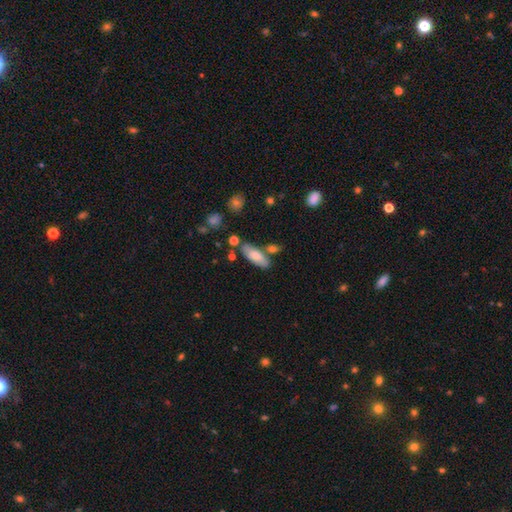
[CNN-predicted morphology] Q: Smooth or featured?
A: smooth (72%); runner-up: featured or disk (22%)
Q: How rounded?
A: in between (72%); runner-up: cigar-shaped (26%)
Q: Merging?
A: none (68%); runner-up: minor disturbance (16%)